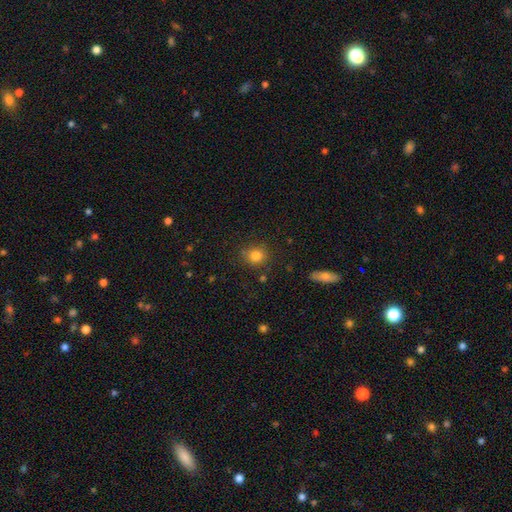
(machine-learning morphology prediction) Smooth or featured?
  - smooth: 82% *
  - star or artifact: 12%
  - featured or disk: 6%
How rounded?
  - round: 82% *
  - in between: 17%
  - cigar-shaped: 1%
Merging?
  - none: 82% *
  - minor disturbance: 11%
  - merger: 4%
  - major disturbance: 3%